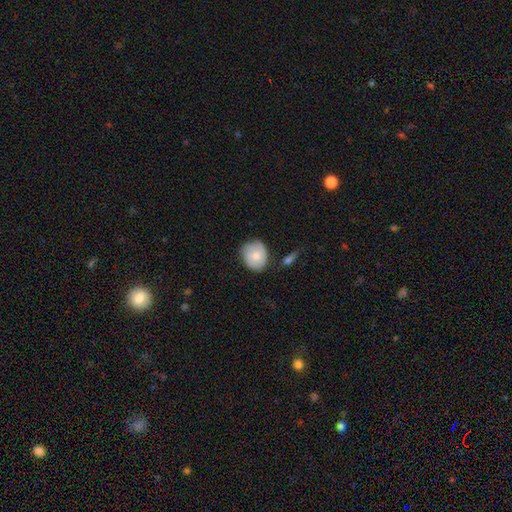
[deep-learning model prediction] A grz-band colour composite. It shows a smooth galaxy with no disk features (70%) that is round (70%). Merging: none (64%).